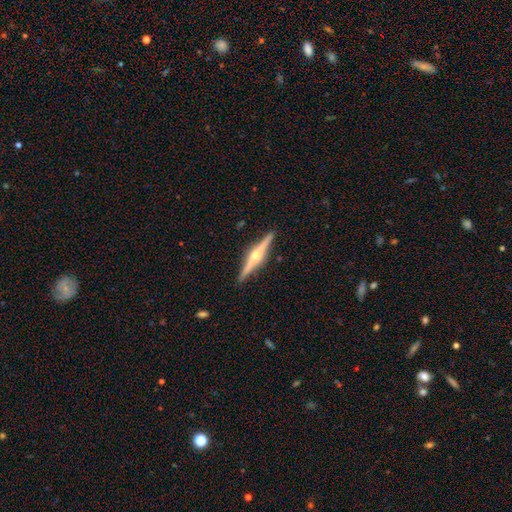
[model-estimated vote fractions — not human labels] smooth_or_featured: featured or disk (p=0.82) [alt: smooth p=0.13]
disk_edge_on: yes (p=0.98) [alt: no p=0.02]
edge_on_bulge: rounded (p=0.94) [alt: boxy p=0.04]
merging: none (p=0.91) [alt: minor disturbance p=0.06]